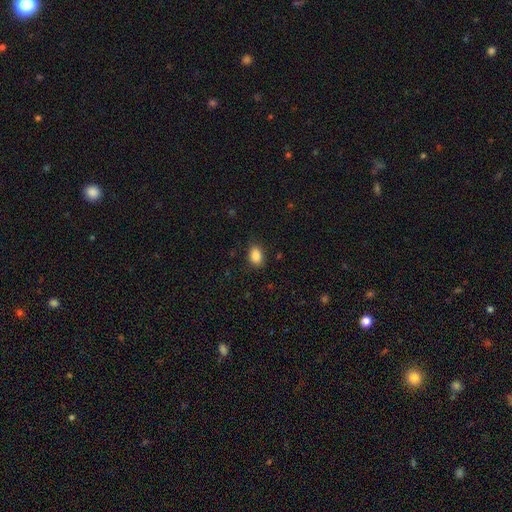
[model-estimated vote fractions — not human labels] Overall: smooth (87%). How rounded: in between (78%). Merging: none (85%).